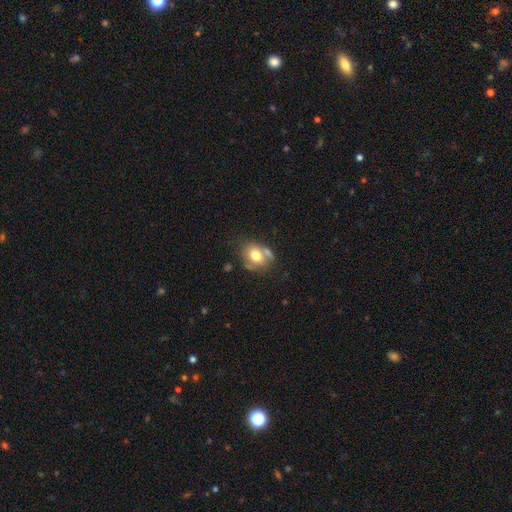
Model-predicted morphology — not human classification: Q: Smooth or featured?
A: smooth (67%); runner-up: featured or disk (24%)
Q: How rounded?
A: in between (58%); runner-up: round (40%)
Q: Merging?
A: none (49%); runner-up: merger (22%)